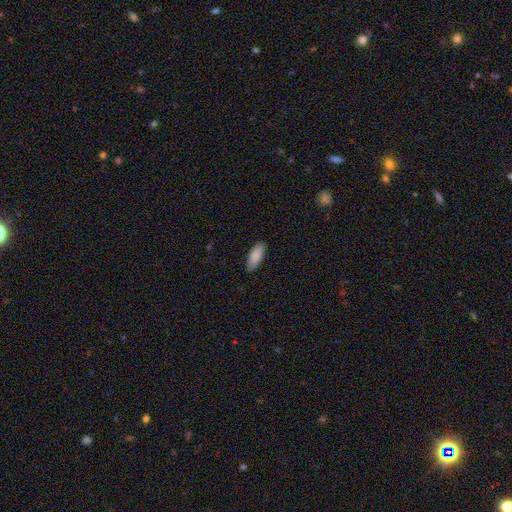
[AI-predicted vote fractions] Overall: smooth (89%). How rounded: in between (77%). Merging: none (87%).